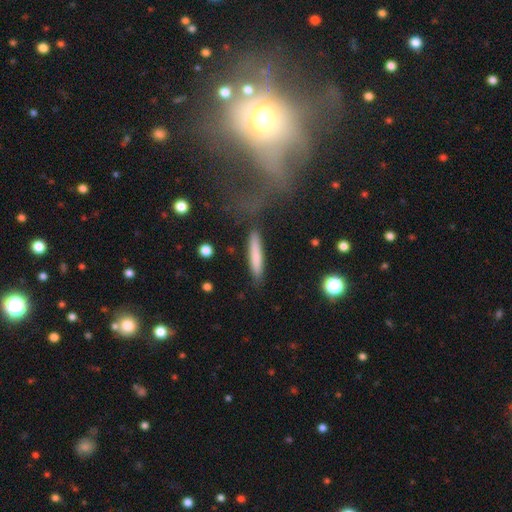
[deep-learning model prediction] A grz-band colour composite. It shows a smooth galaxy with no disk features (74%) that is cigar-shaped (92%). Merging: none (85%).